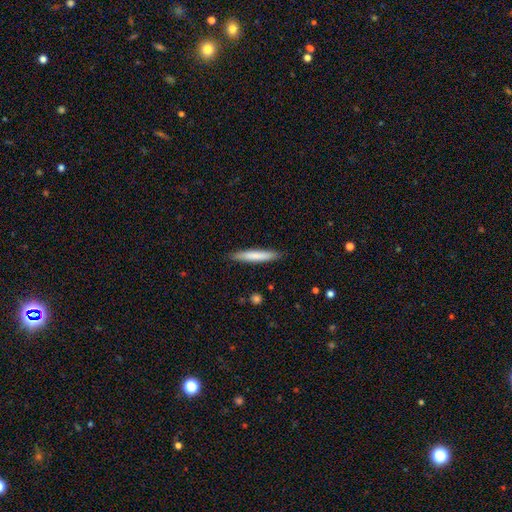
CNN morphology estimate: Overall: smooth (77%). How rounded: cigar-shaped (94%). Merging: none (90%).